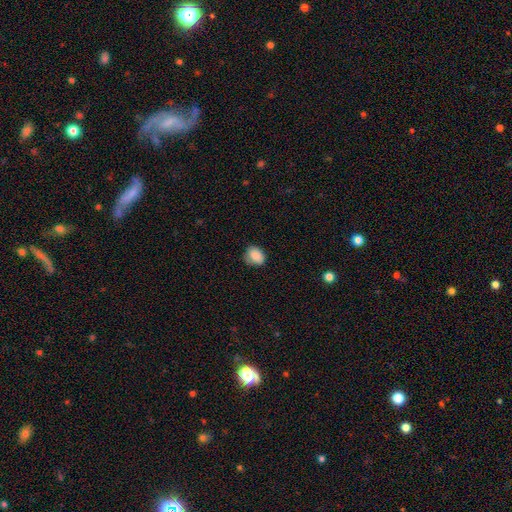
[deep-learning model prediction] smooth 87%, star or artifact 8%, featured or disk 5%. Down the decision tree: how rounded — in between (61%); merging — none (68%).